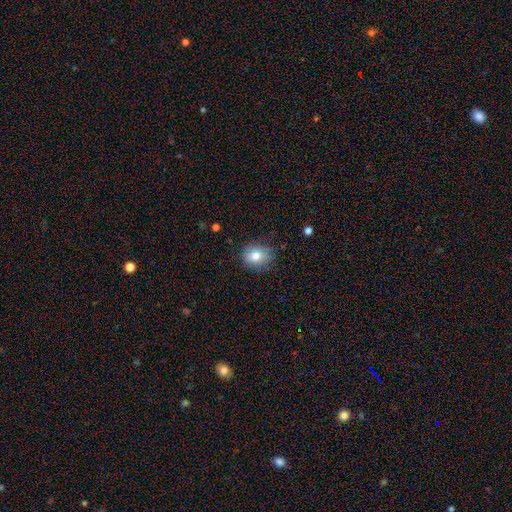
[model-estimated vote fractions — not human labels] Q: Smooth or featured?
A: smooth (76%); runner-up: featured or disk (13%)
Q: How rounded?
A: round (59%); runner-up: in between (40%)
Q: Merging?
A: none (79%); runner-up: minor disturbance (16%)